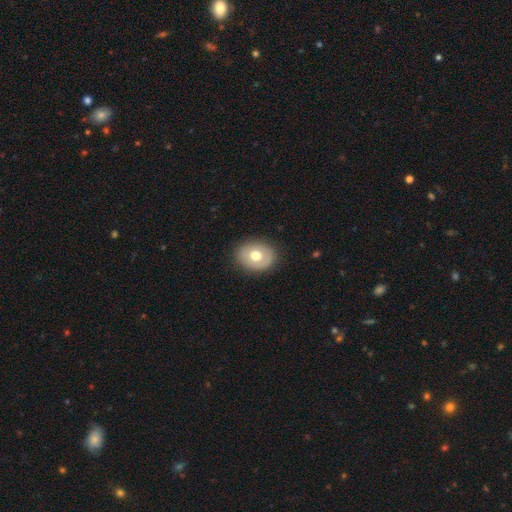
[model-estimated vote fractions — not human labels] Smooth or featured? Predicted: smooth (p=0.63). How rounded? Predicted: round (p=0.50). Merging? Predicted: none (p=0.86).